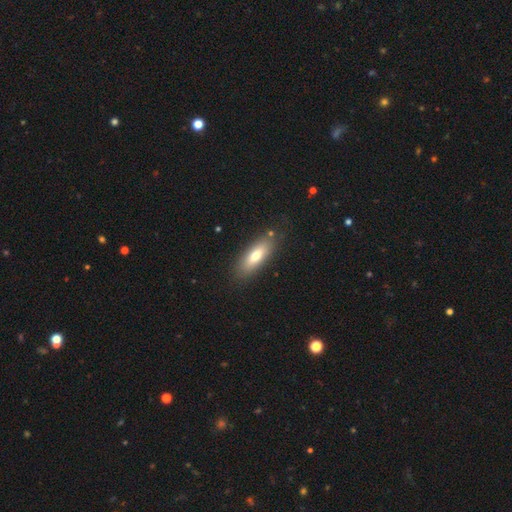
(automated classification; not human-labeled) Morphology: type=smooth (72%); roundness=in between (64%); merging=none (82%).